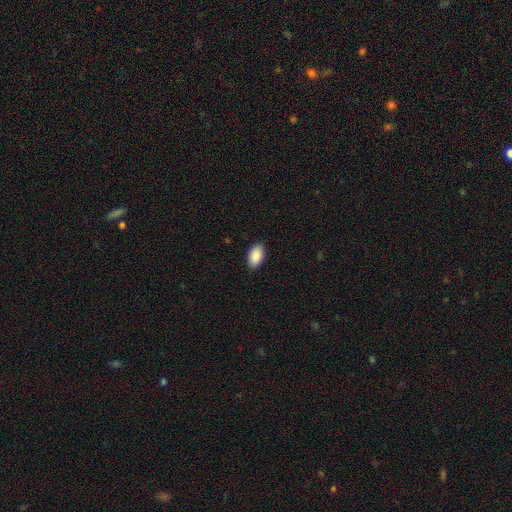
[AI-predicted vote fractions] Smooth or featured?
  - smooth: 90% *
  - star or artifact: 6%
  - featured or disk: 4%
How rounded?
  - in between: 94% *
  - round: 4%
  - cigar-shaped: 1%
Merging?
  - none: 89% *
  - minor disturbance: 9%
  - major disturbance: 2%
  - merger: 1%